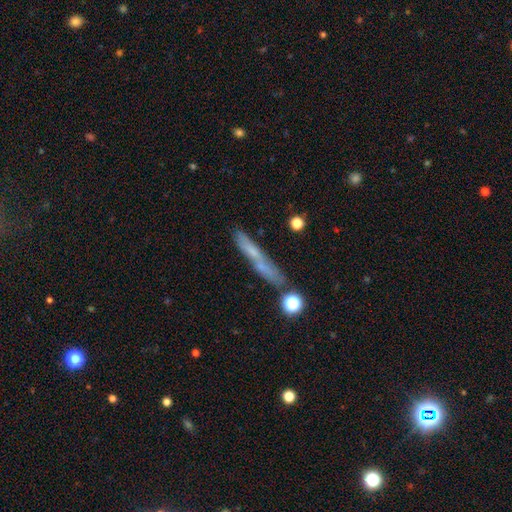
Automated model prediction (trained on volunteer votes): Morphology: type=smooth (47%); merging=none (71%).